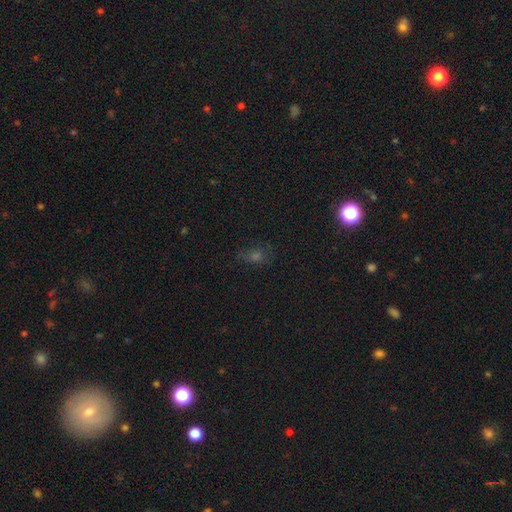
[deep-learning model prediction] Morphology: type=smooth (43%); merging=none (72%).